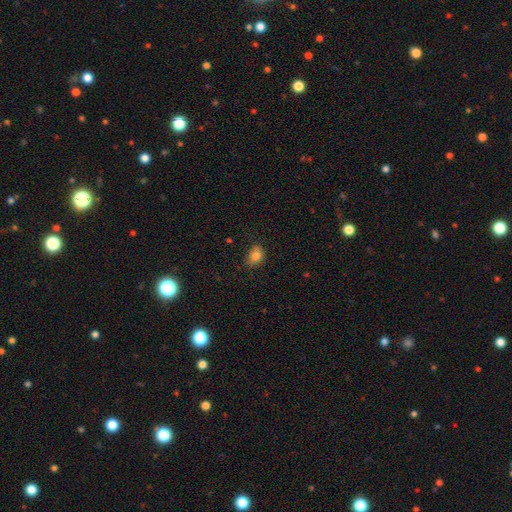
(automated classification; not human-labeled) Q: Smooth or featured?
A: smooth (82%); runner-up: star or artifact (10%)
Q: How rounded?
A: in between (65%); runner-up: round (34%)
Q: Merging?
A: none (65%); runner-up: minor disturbance (27%)